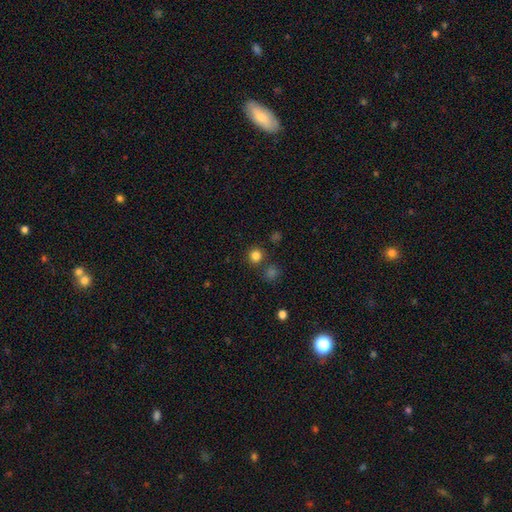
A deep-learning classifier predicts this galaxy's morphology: A smooth galaxy with no disk features (81%) that is round (93%). Merging: none (81%).